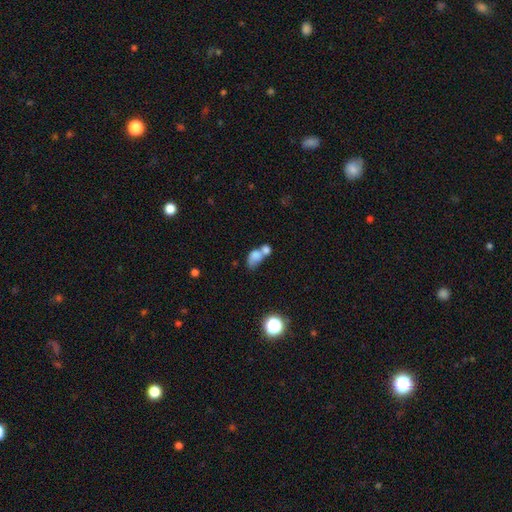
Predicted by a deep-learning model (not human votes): Q: Smooth or featured?
A: smooth (72%); runner-up: featured or disk (17%)
Q: How rounded?
A: in between (76%); runner-up: round (22%)
Q: Merging?
A: merger (66%); runner-up: none (16%)